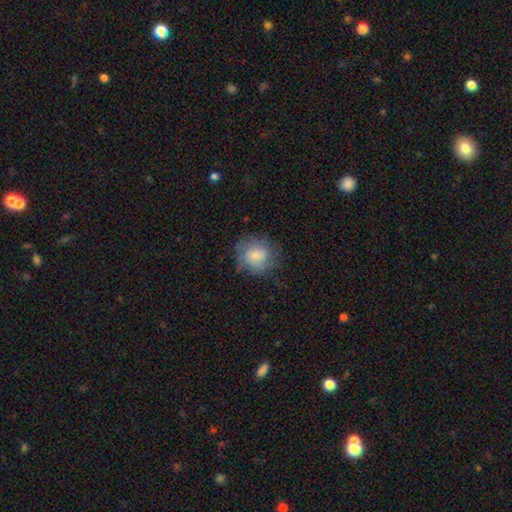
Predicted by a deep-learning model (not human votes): smooth 65%, featured or disk 27%, star or artifact 8%. Down the decision tree: how rounded — round (77%); merging — none (67%).